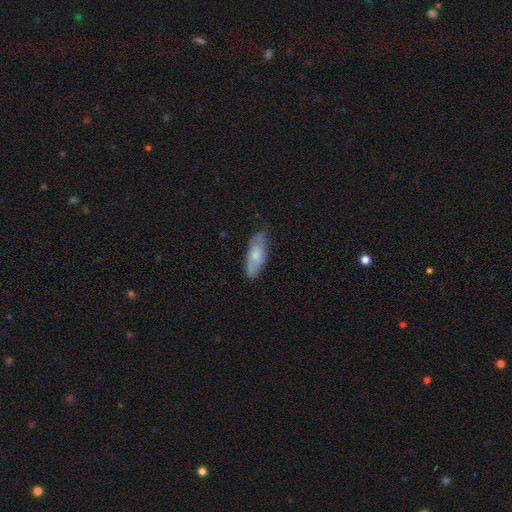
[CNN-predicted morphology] This appears to be a smooth galaxy with no disk features (67%) that is in between round and cigar-shaped (75%). Merging: none (76%).